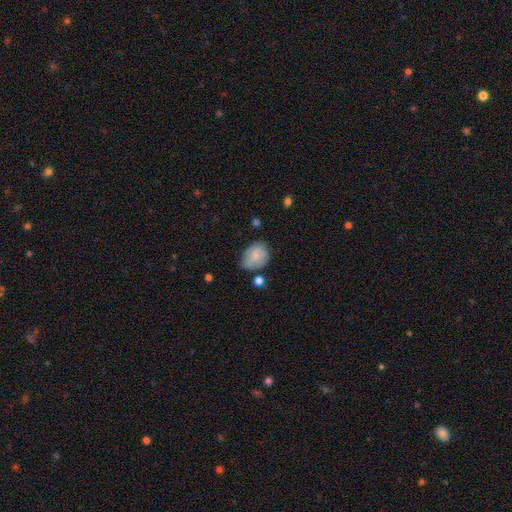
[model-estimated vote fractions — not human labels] This is likely a smooth galaxy (68%). How rounded: likely in between (63%). Merging: possibly none (55%).